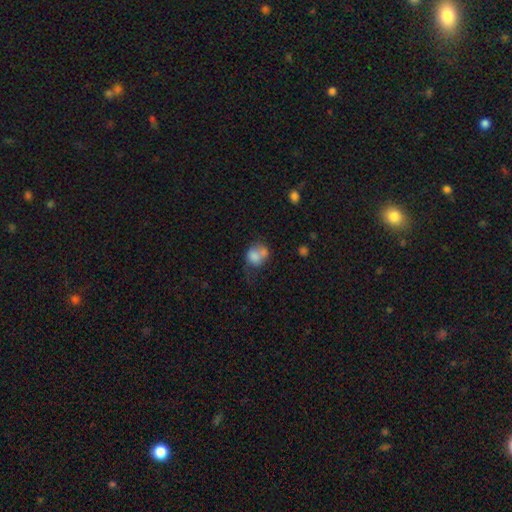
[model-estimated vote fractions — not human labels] Smooth or featured: smooth — 73% (featured or disk — 17%)
How rounded: round — 60% (in between — 39%)
Merging: merger — 39% (none — 27%)